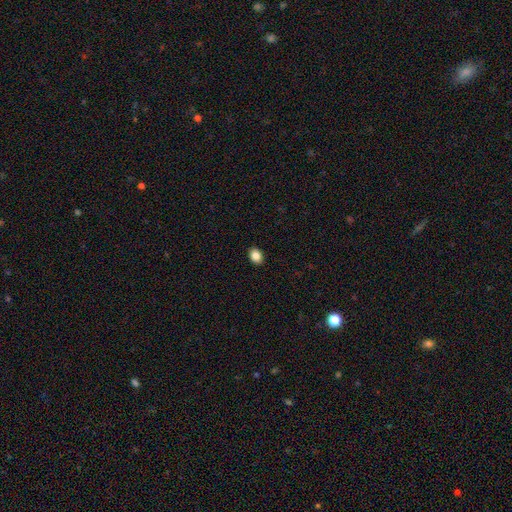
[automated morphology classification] The model was most divided on "how rounded": in between: 69%, round: 30%, cigar-shaped: 1%. More confident: merging — none (91%); smooth or featured — smooth (87%).